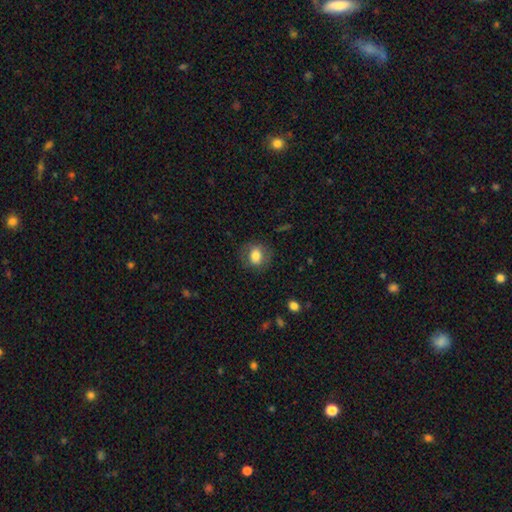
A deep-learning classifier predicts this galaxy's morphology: A smooth galaxy with no disk features (77%) that is round (55%). Merging: none (77%).